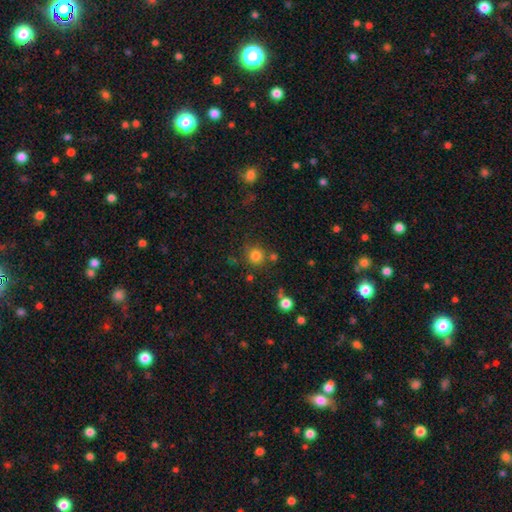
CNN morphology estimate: This is clearly a smooth galaxy (80%). How rounded: clearly round (90%). Merging: likely none (73%).